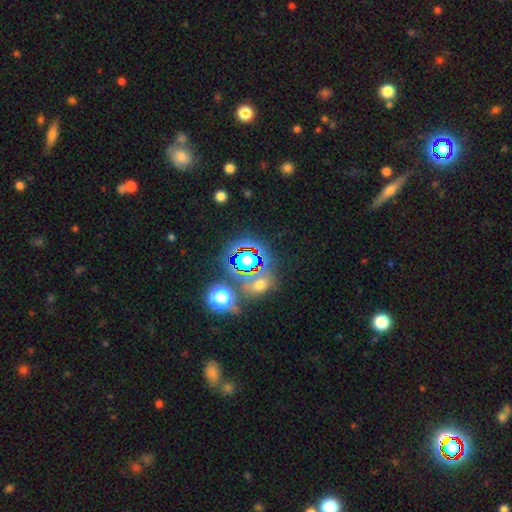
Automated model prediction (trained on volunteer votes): A star or artifact, not a galaxy (68%).

Vote fractions:
- Smooth or featured? star or artifact: 68% / smooth: 22% / featured or disk: 10%